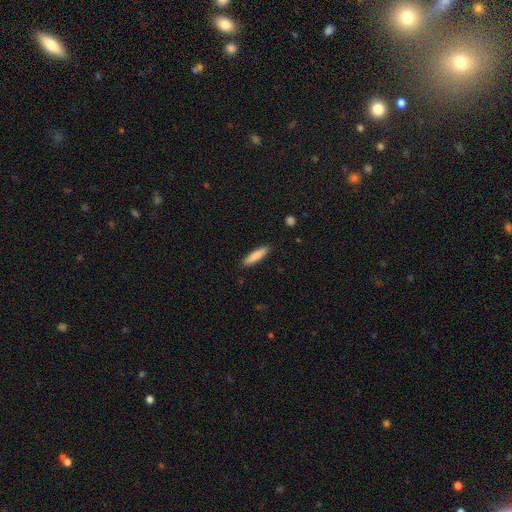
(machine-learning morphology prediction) smooth-or-featured: smooth: 84% | featured or disk: 10% | star or artifact: 6%
  how-rounded: cigar-shaped: 80% | in between: 19% | round: 1%
  merging: none: 89% | minor disturbance: 8% | major disturbance: 2% | merger: 1%